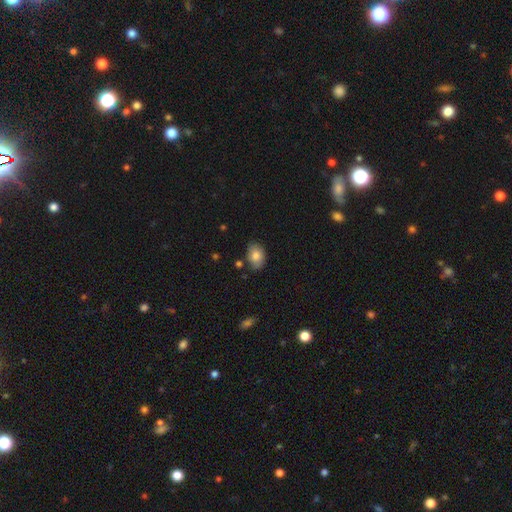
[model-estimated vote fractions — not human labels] smooth_or_featured: smooth (p=0.82) [alt: featured or disk p=0.10]
how_rounded: in between (p=0.81) [alt: round p=0.18]
merging: none (p=0.77) [alt: minor disturbance p=0.16]